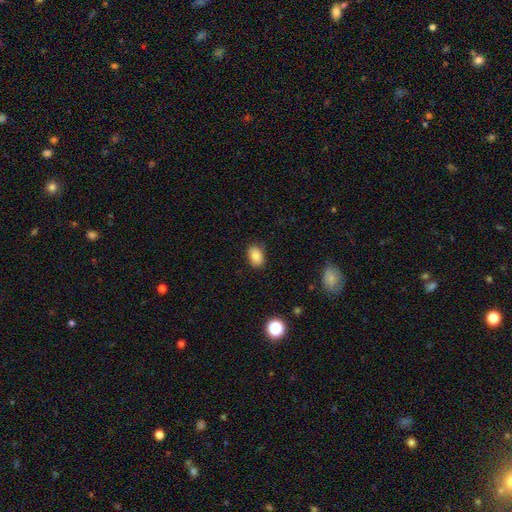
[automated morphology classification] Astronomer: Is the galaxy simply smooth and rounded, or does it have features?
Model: smooth — 84%.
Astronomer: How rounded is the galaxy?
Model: in between — 84%.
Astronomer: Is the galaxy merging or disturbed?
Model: none — 84%.